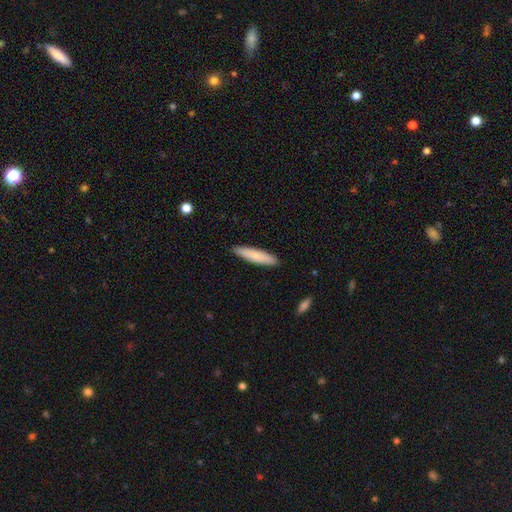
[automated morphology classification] Q: Smooth or featured?
A: smooth (78%); runner-up: featured or disk (17%)
Q: How rounded?
A: cigar-shaped (84%); runner-up: in between (14%)
Q: Merging?
A: none (90%); runner-up: minor disturbance (8%)